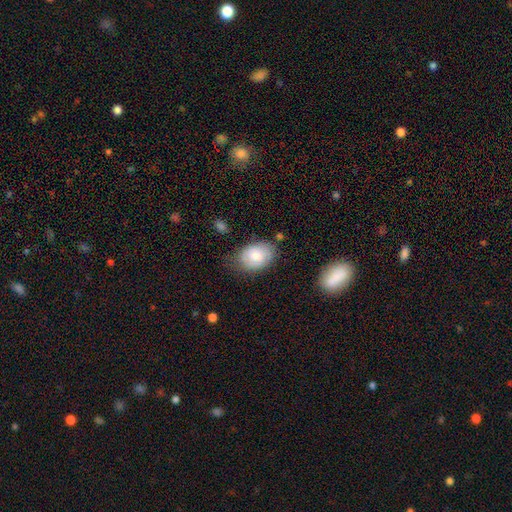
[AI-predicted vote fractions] Q: Smooth or featured?
A: smooth (79%); runner-up: featured or disk (14%)
Q: How rounded?
A: in between (84%); runner-up: round (15%)
Q: Merging?
A: none (67%); runner-up: minor disturbance (23%)